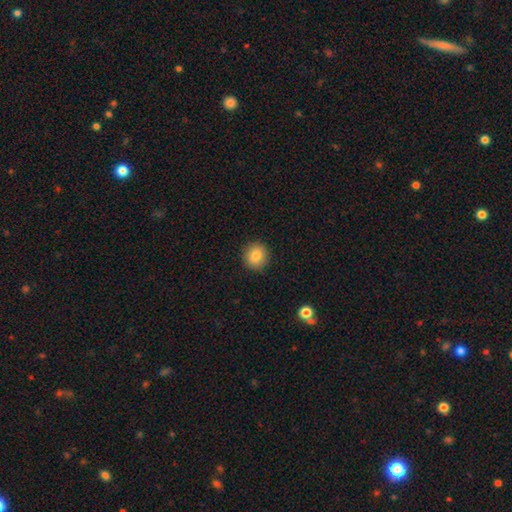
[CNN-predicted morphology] smooth 84%, star or artifact 9%, featured or disk 6%. Down the decision tree: how rounded — round (89%); merging — none (91%).